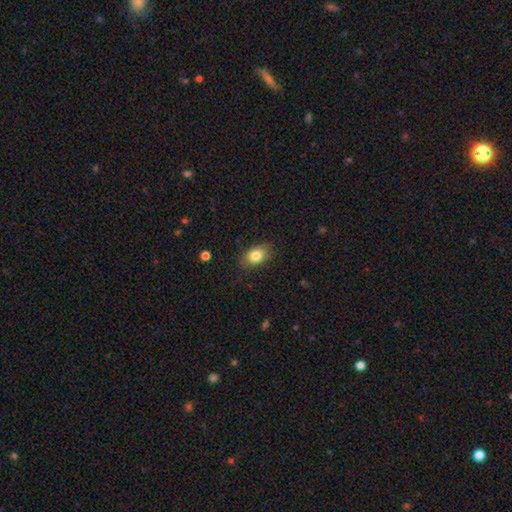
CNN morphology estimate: smooth_or_featured: smooth (p=0.83) [alt: featured or disk p=0.09]
how_rounded: in between (p=0.82) [alt: round p=0.16]
merging: none (p=0.82) [alt: minor disturbance p=0.13]